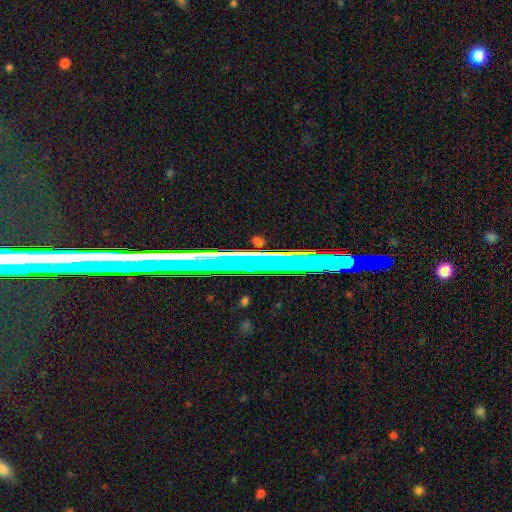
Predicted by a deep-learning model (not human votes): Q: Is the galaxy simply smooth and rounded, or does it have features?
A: star or artifact — 54%.